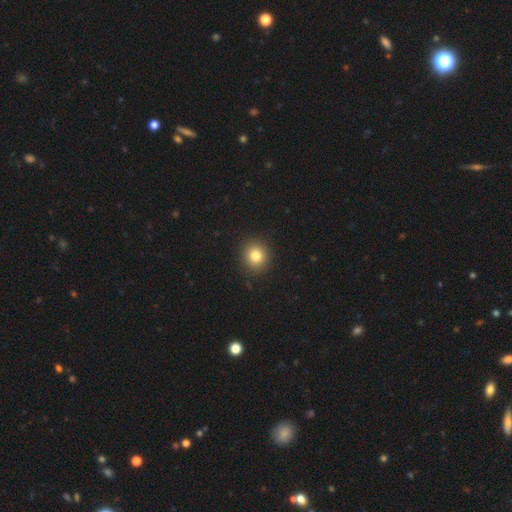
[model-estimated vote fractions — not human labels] This is clearly a smooth galaxy (81%). How rounded: clearly round (87%). Merging: clearly none (91%).